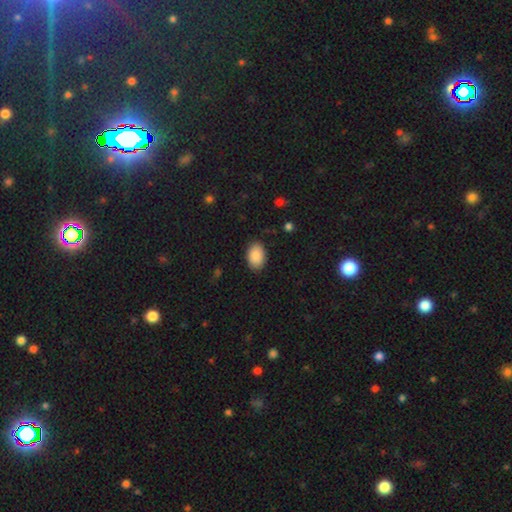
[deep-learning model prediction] Smooth or featured? Predicted: smooth (p=0.90). How rounded? Predicted: in between (p=0.89). Merging? Predicted: none (p=0.88).